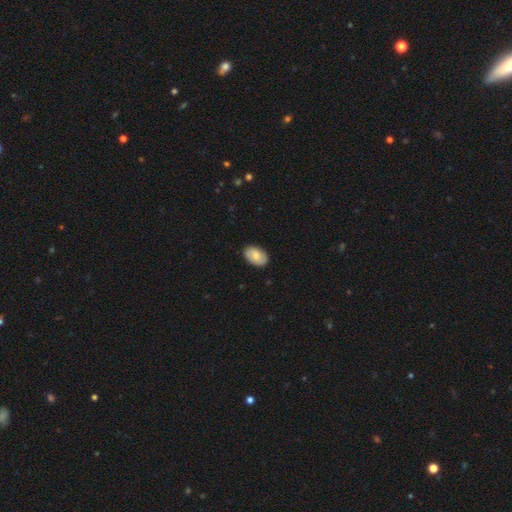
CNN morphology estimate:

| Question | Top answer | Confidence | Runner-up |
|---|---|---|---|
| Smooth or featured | smooth | 75% | featured or disk (19%) |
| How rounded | in between | 90% | round (8%) |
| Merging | none | 88% | minor disturbance (10%) |